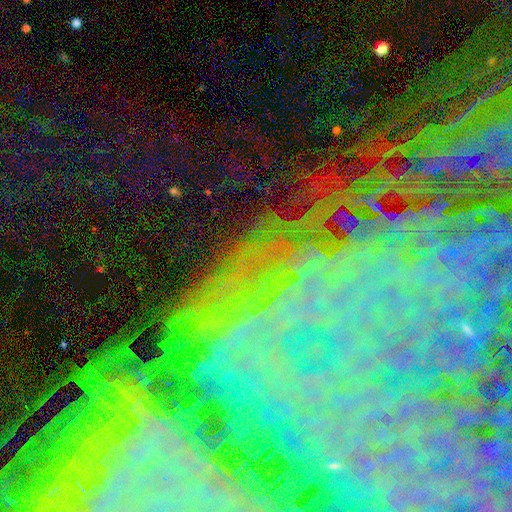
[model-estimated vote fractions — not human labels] A star or artifact, not a galaxy (57%).